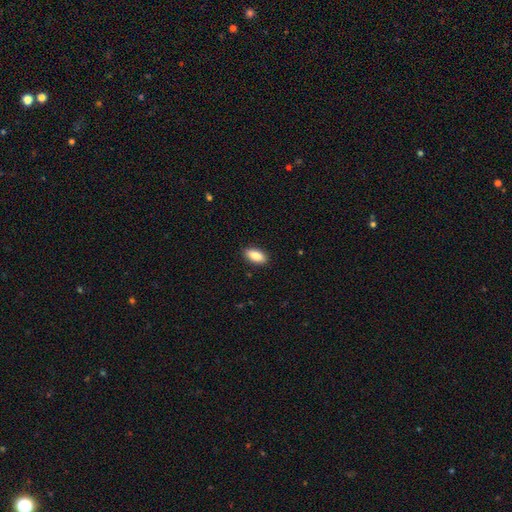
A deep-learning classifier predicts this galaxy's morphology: Smooth or featured: smooth — 88% (star or artifact — 7%)
How rounded: in between — 91% (cigar-shaped — 6%)
Merging: none — 90% (minor disturbance — 7%)